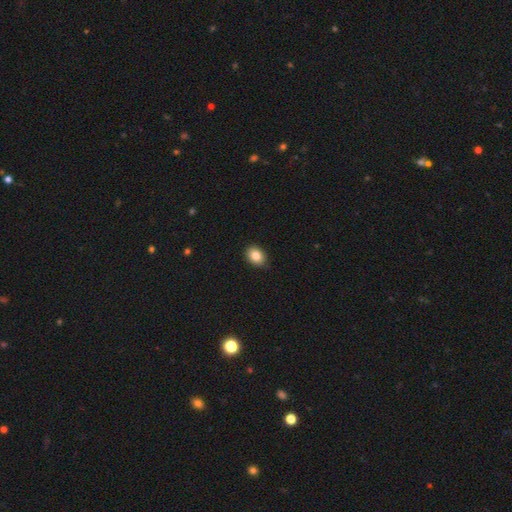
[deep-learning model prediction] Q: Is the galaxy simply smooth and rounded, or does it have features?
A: smooth — 84%.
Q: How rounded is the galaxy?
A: in between — 66%.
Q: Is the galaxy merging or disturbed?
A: none — 85%.